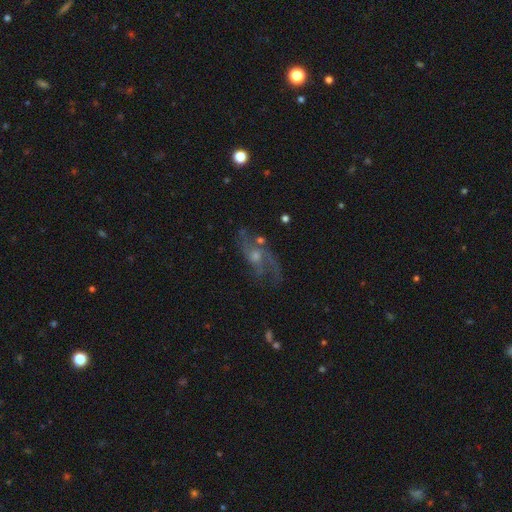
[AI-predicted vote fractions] Overall: featured or disk (75%). Edge-on disk: no (91%). Bar: no (67%; weak 28%). Spiral arms: yes (85%). Spiral arm count: 2 (58%; can't tell 18%). Spiral winding: loose (57%; medium 33%). Bulge size: small (44%, tied with moderate). Merging: none (58%; minor disturbance 19%).